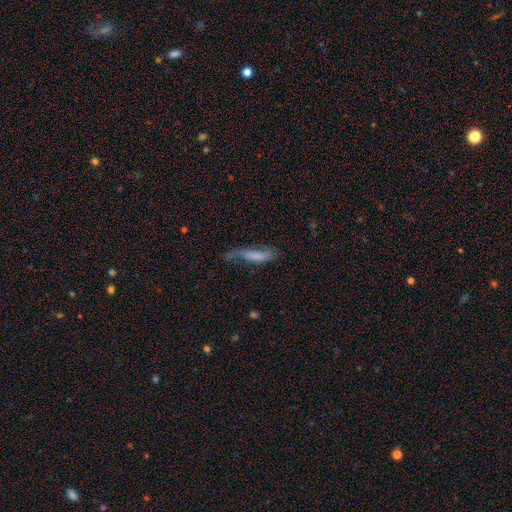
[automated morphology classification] This is likely a smooth galaxy (67%). How rounded: likely cigar-shaped (66%). Merging: marginally none (35%).